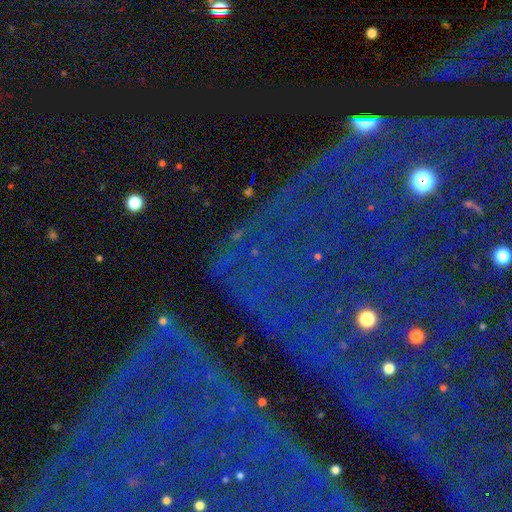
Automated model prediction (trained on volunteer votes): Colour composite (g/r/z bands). It shows a star or artifact, not a galaxy (83%).